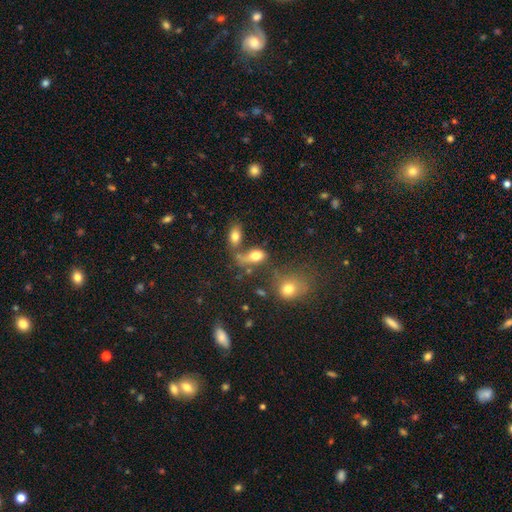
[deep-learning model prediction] The model was most divided on "merging": merger: 38%, none: 33%, minor disturbance: 15%, major disturbance: 14%. More confident: how rounded — in between (76%); smooth or featured — smooth (74%).